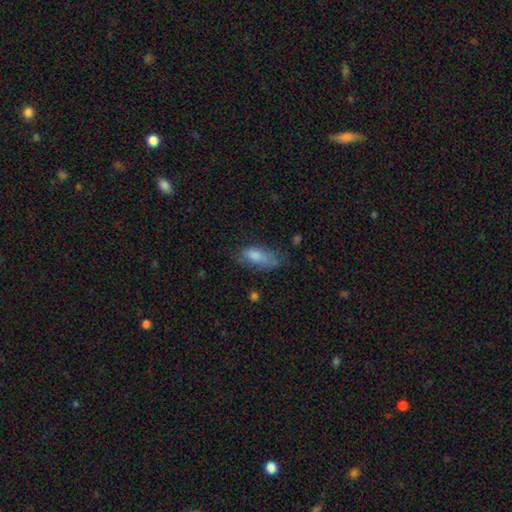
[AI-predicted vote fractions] Morphology: type=smooth (77%); roundness=in between (76%); merging=none (49%).